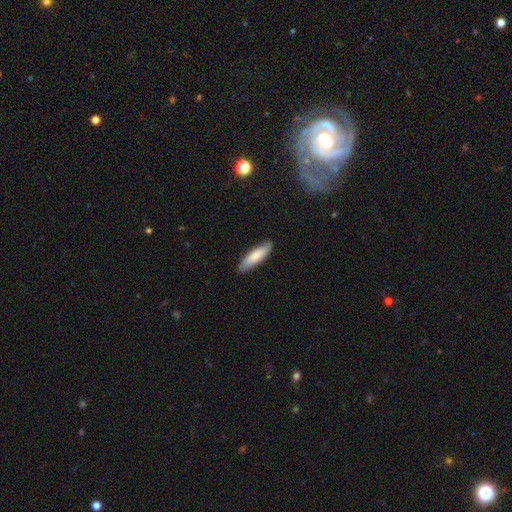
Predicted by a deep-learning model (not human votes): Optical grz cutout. It shows a smooth galaxy with no disk features (82%) that is cigar-shaped (68%). Merging: none (89%).